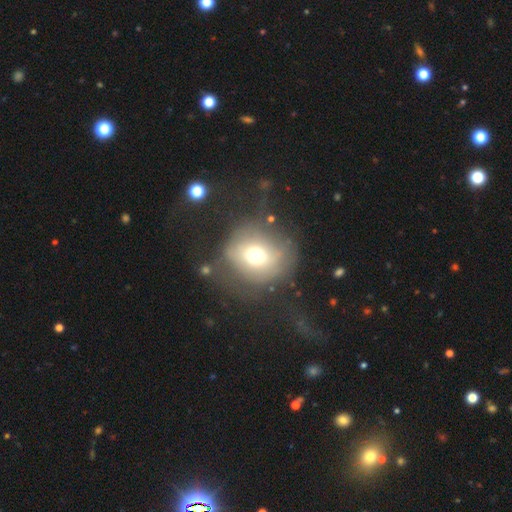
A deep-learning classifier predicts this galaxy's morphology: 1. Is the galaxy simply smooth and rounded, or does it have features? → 60% smooth, 26% featured or disk, 14% star or artifact.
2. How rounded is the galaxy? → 85% round, 13% in between, 1% cigar-shaped.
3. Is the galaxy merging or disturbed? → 52% none, 26% major disturbance, 20% minor disturbance, 3% merger.